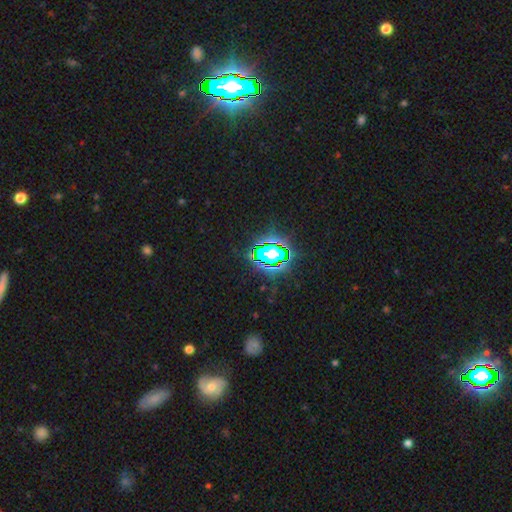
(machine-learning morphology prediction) The model was most divided on "smooth or featured": star or artifact: 77%, smooth: 15%, featured or disk: 9%.